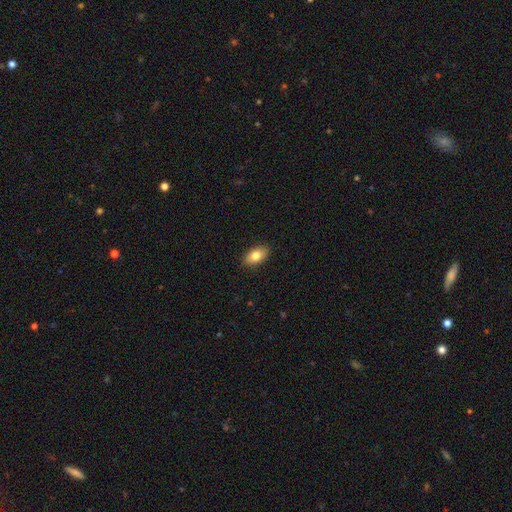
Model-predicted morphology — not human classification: A smooth galaxy with no disk features (80%) that is in between round and cigar-shaped (91%).

Vote fractions:
- Smooth or featured? smooth: 80% / featured or disk: 13% / star or artifact: 7%
- How rounded? in between: 91% / round: 6% / cigar-shaped: 3%
- Merging? none: 89% / minor disturbance: 8% / major disturbance: 2% / merger: 1%